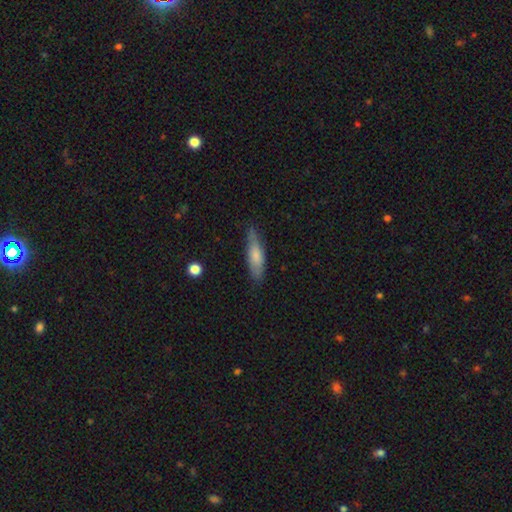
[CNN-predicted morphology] smooth_or_featured: smooth (p=0.71) [alt: featured or disk p=0.23]
how_rounded: cigar-shaped (p=0.66) [alt: in between p=0.32]
merging: none (p=0.79) [alt: minor disturbance p=0.16]